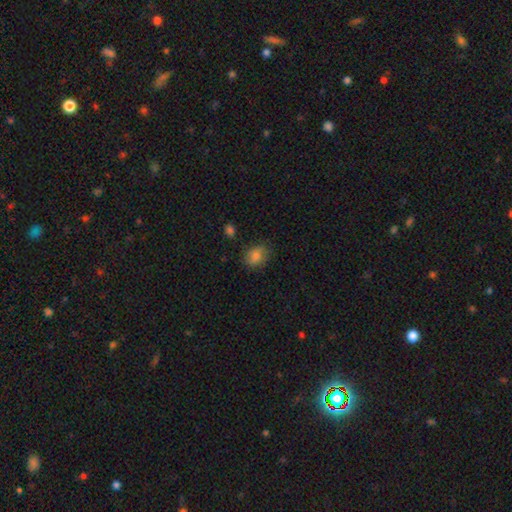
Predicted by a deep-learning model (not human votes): Smooth or featured?
  - smooth: 81% *
  - star or artifact: 11%
  - featured or disk: 8%
How rounded?
  - in between: 53% *
  - round: 46%
  - cigar-shaped: 1%
Merging?
  - none: 72% *
  - minor disturbance: 21%
  - major disturbance: 5%
  - merger: 2%